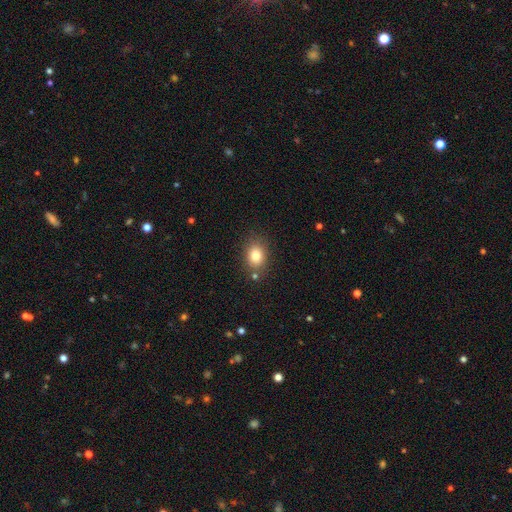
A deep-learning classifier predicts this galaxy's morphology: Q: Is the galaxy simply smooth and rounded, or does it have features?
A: smooth — 81%.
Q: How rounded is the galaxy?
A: in between — 56%.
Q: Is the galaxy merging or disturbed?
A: none — 79%.